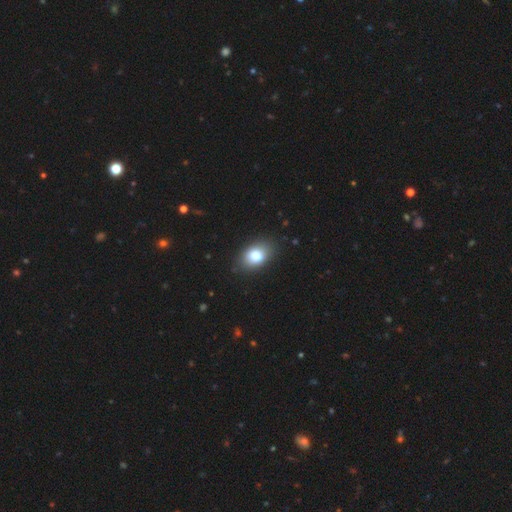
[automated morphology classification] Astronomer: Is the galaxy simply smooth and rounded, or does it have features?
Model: smooth — 80%.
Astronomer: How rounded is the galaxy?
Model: in between — 83%.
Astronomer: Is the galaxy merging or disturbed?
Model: none — 85%.